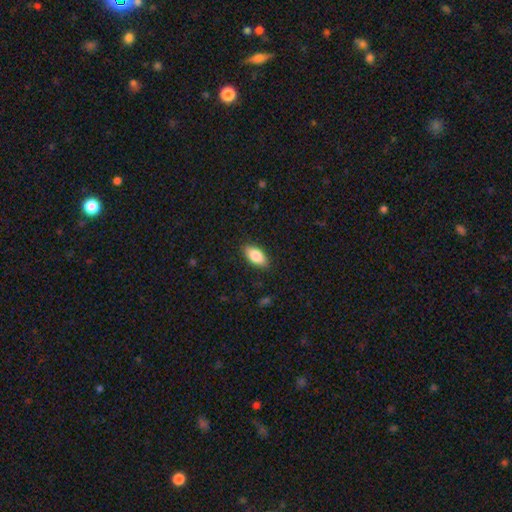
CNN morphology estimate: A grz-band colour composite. It shows a smooth galaxy with no disk features (84%) that is in between round and cigar-shaped (90%). Merging: none (87%).